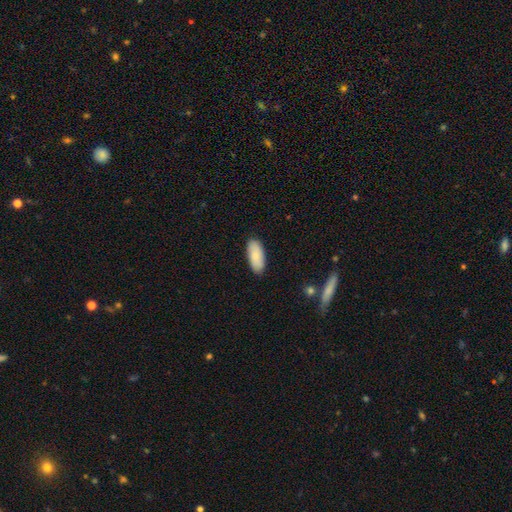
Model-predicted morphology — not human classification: type=smooth (85%); roundness=in between (87%); merging=none (87%).